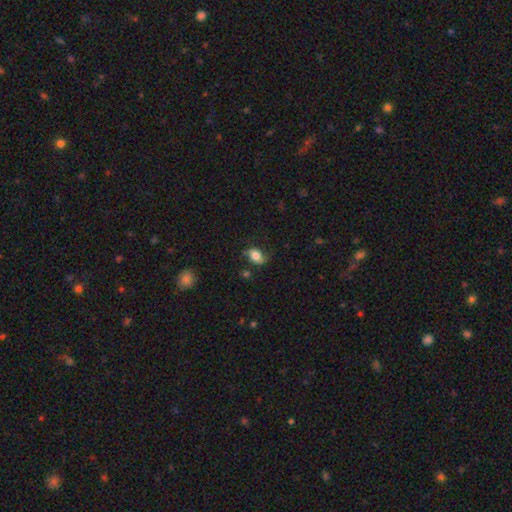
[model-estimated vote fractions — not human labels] A smooth galaxy with no disk features (68%) that is in between round and cigar-shaped (80%).

Vote fractions:
- Smooth or featured? smooth: 68% / featured or disk: 23% / star or artifact: 9%
- How rounded? in between: 80% / round: 18% / cigar-shaped: 2%
- Merging? none: 64% / minor disturbance: 24% / major disturbance: 9% / merger: 2%